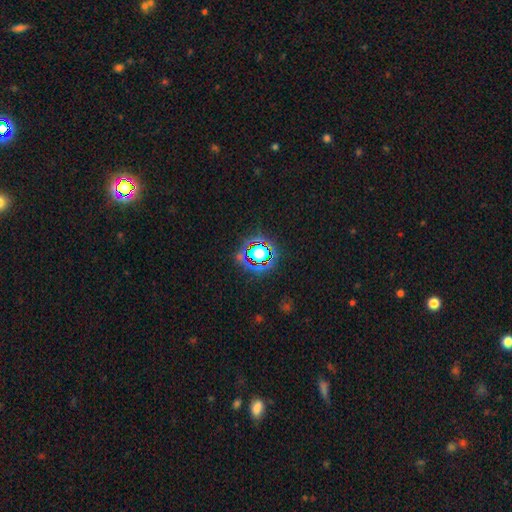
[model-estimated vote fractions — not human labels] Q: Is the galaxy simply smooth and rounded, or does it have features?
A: star or artifact — 78%.